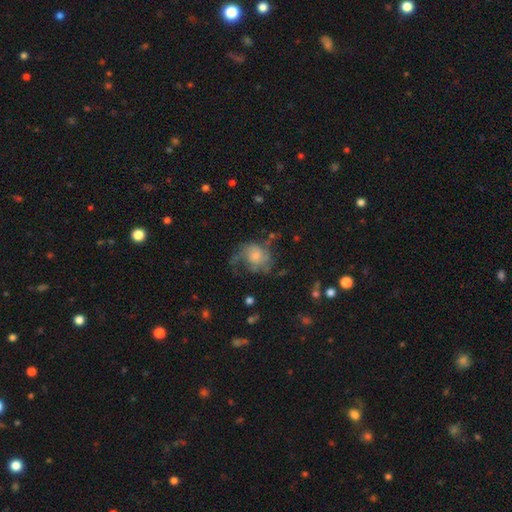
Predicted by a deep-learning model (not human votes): Smooth or featured?
  - featured or disk: 47% *
  - smooth: 44%
  - star or artifact: 10%
Merging?
  - major disturbance: 40% *
  - none: 33%
  - minor disturbance: 24%
  - merger: 3%